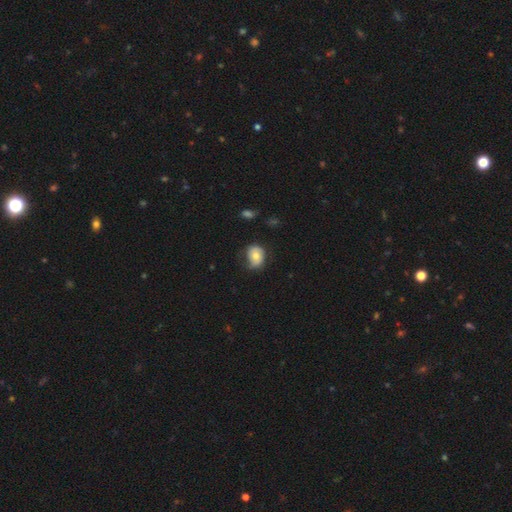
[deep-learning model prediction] This is likely a smooth galaxy (67%). How rounded: possibly in between (54%). Merging: possibly none (54%).